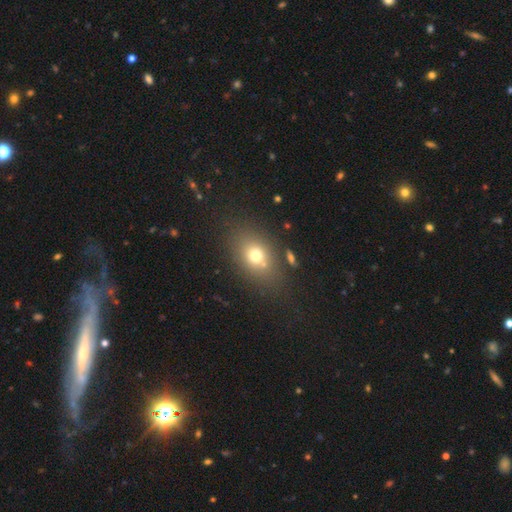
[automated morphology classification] smooth_or_featured: smooth (p=0.70) [alt: star or artifact p=0.15]
how_rounded: in between (p=0.63) [alt: round p=0.35]
merging: none (p=0.72) [alt: minor disturbance p=0.13]